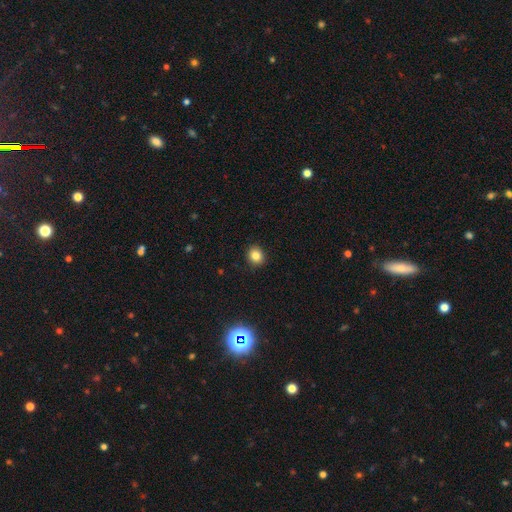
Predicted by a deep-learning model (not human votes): Q: Smooth or featured?
A: smooth (83%); runner-up: star or artifact (12%)
Q: How rounded?
A: round (76%); runner-up: in between (23%)
Q: Merging?
A: none (91%); runner-up: minor disturbance (7%)